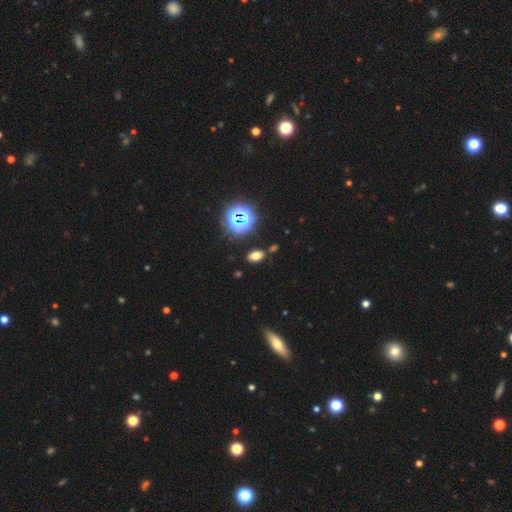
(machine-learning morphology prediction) A smooth galaxy with no disk features (63%) that is in between round and cigar-shaped (86%).

Vote fractions:
- Smooth or featured? smooth: 63% / star or artifact: 28% / featured or disk: 9%
- How rounded? in between: 86% / round: 11% / cigar-shaped: 3%
- Merging? none: 83% / minor disturbance: 10% / merger: 4% / major disturbance: 3%